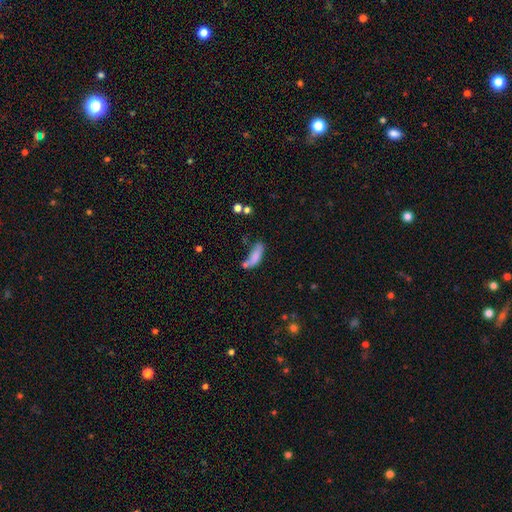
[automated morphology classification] Q: Smooth or featured?
A: smooth (75%); runner-up: featured or disk (15%)
Q: How rounded?
A: in between (53%); runner-up: cigar-shaped (44%)
Q: Merging?
A: none (35%); runner-up: minor disturbance (25%)